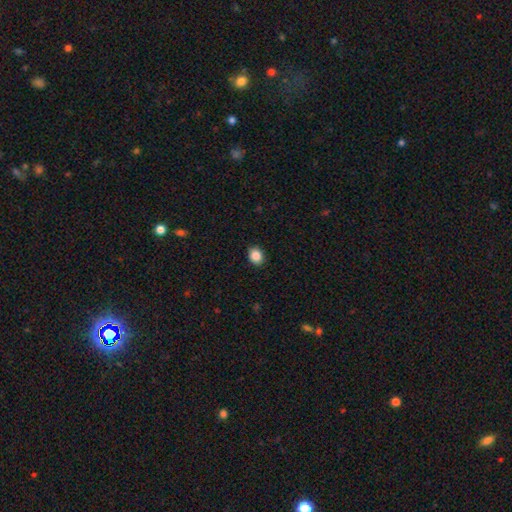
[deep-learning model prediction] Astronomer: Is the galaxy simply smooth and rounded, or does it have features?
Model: smooth — 87%.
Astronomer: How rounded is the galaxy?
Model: round — 54% (runner-up: in between, 45%).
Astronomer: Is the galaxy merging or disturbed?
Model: none — 91%.